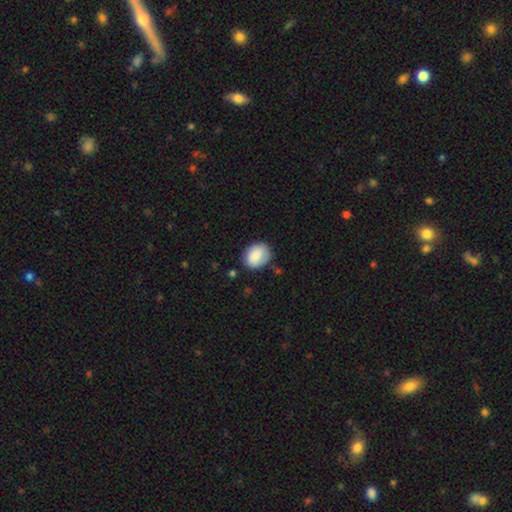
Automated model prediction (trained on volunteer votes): A smooth galaxy with no disk features (85%) that is in between round and cigar-shaped (55%).

Vote fractions:
- Smooth or featured? smooth: 85% / featured or disk: 8% / star or artifact: 7%
- How rounded? in between: 55% / round: 44% / cigar-shaped: 1%
- Merging? none: 75% / minor disturbance: 18% / major disturbance: 4% / merger: 2%